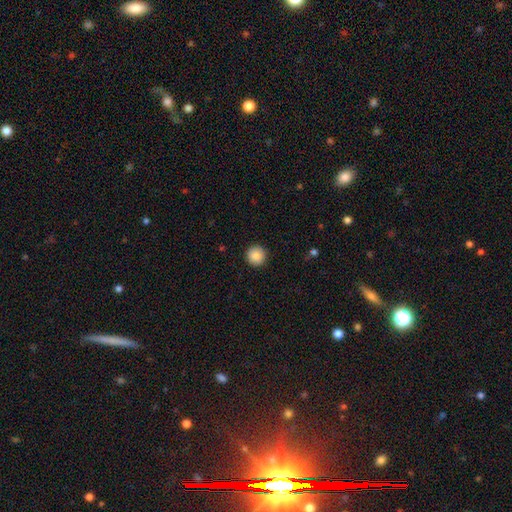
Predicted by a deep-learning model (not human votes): Overall: smooth (88%). How rounded: round (96%). Merging: none (93%).